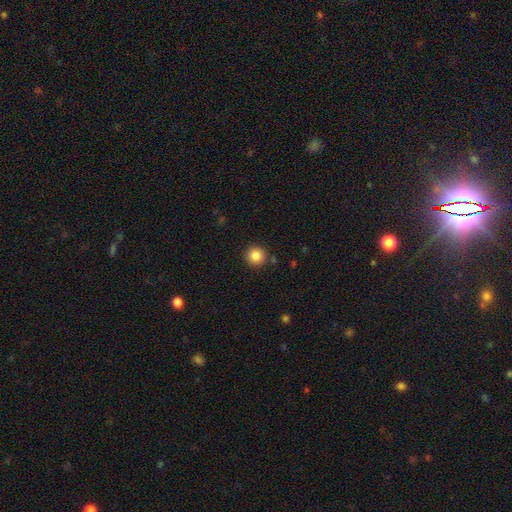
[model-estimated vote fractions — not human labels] Q: Smooth or featured?
A: smooth (85%); runner-up: star or artifact (10%)
Q: How rounded?
A: round (95%); runner-up: in between (4%)
Q: Merging?
A: none (90%); runner-up: minor disturbance (6%)